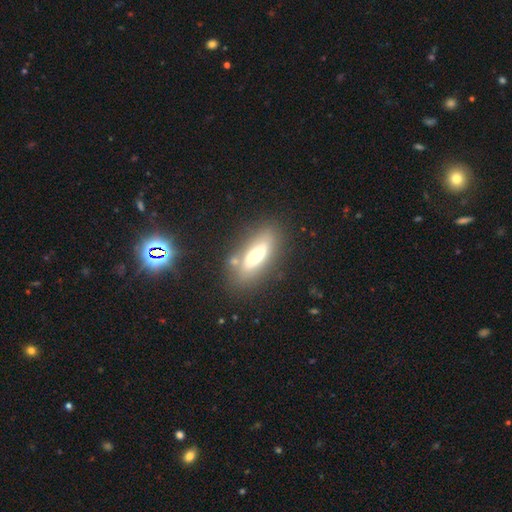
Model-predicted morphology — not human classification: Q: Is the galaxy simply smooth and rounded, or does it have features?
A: featured or disk — 46%.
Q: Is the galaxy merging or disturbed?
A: none — 71%.